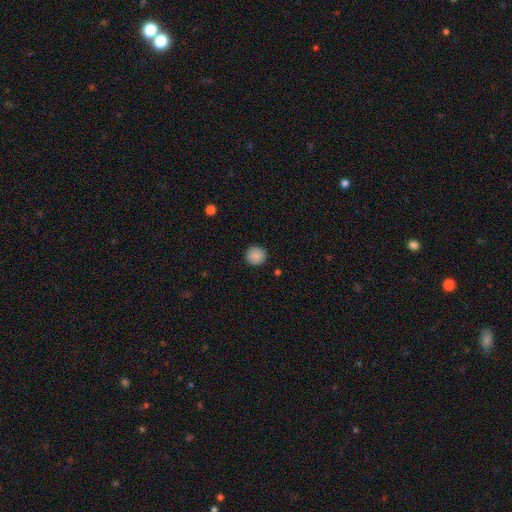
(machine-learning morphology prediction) This is clearly a smooth galaxy (87%). How rounded: clearly round (91%). Merging: clearly none (90%).